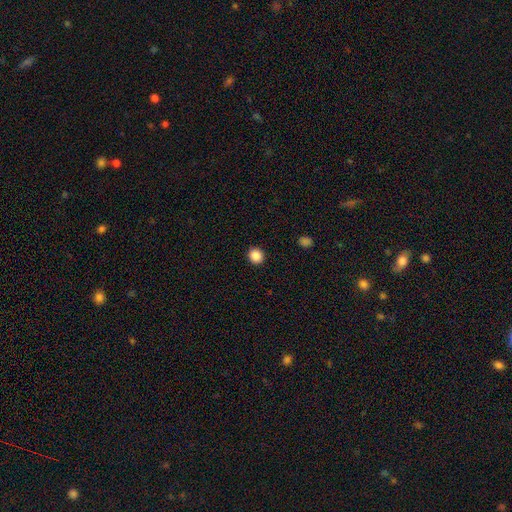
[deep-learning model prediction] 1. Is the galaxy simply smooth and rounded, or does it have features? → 87% smooth, 10% star or artifact, 3% featured or disk.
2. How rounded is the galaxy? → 87% round, 12% in between, 1% cigar-shaped.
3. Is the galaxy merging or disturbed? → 93% none, 5% minor disturbance, 2% major disturbance, 1% merger.